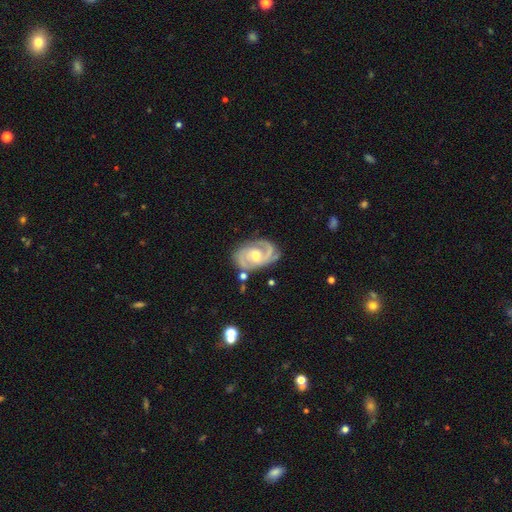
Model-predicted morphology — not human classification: The model was most divided on "bar": no: 46%, weak: 44%, strong: 10%. Remaining: spiral arms — yes (97%); edge-on disk — no (97%); smooth or featured — featured or disk (90%); spiral arm count — 2 (76%); merging — none (73%); bulge size — moderate (68%); spiral winding — medium (47%).